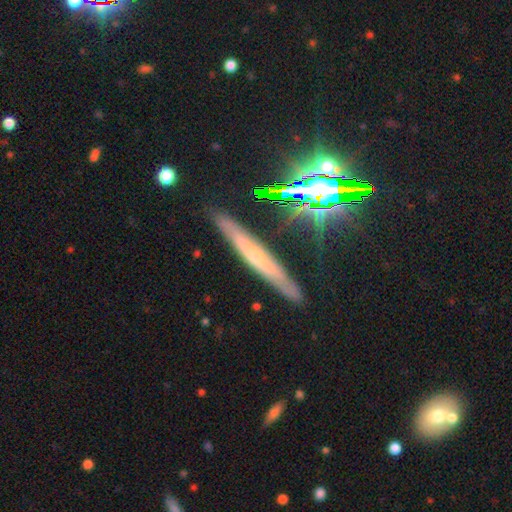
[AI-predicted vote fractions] Smooth or featured? Predicted: featured or disk (p=0.56). Edge-on disk? Predicted: yes (p=0.87). Merging? Predicted: none (p=0.84).